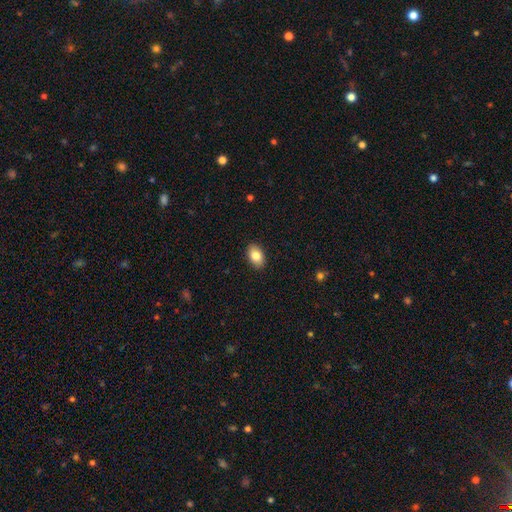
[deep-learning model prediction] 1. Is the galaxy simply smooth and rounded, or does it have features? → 84% smooth, 9% featured or disk, 7% star or artifact.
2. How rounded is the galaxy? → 90% in between, 8% round, 1% cigar-shaped.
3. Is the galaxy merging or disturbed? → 90% none, 7% minor disturbance, 2% major disturbance, 1% merger.